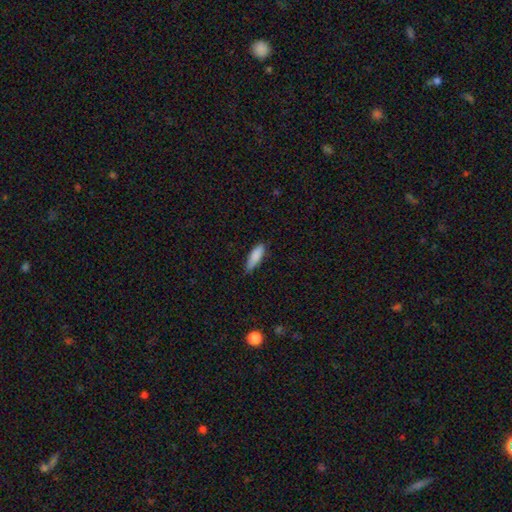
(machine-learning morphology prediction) A smooth galaxy with no disk features (87%) that is in between round and cigar-shaped (54%).

Vote fractions:
- Smooth or featured? smooth: 87% / featured or disk: 6% / star or artifact: 6%
- How rounded? in between: 54% / cigar-shaped: 44% / round: 2%
- Merging? none: 71% / minor disturbance: 24% / major disturbance: 3% / merger: 1%